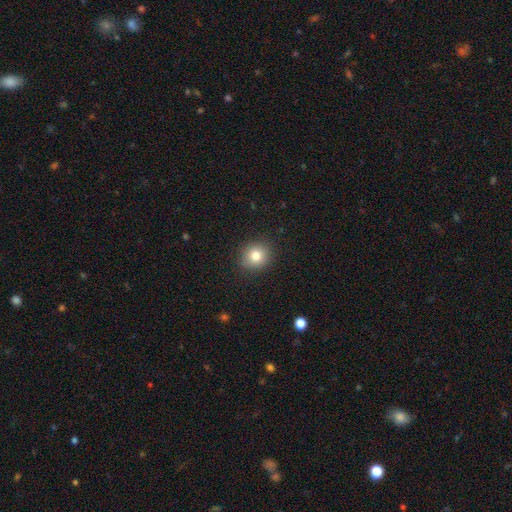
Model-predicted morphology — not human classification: smooth 80%, star or artifact 11%, featured or disk 8%. Down the decision tree: how rounded — round (83%); merging — none (89%).